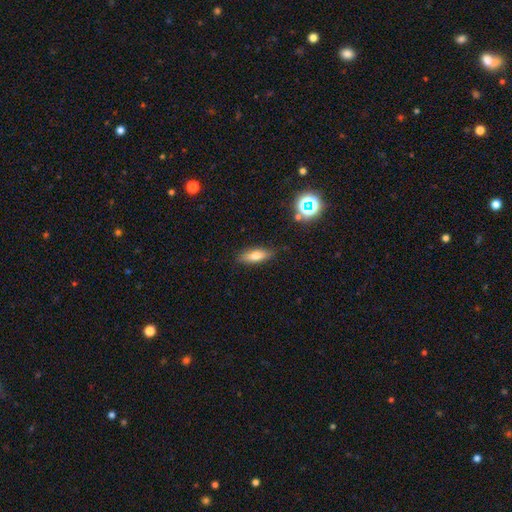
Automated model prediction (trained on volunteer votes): Smooth or featured? smooth (73%)
How rounded? in between (62%)
Merging? none (84%)